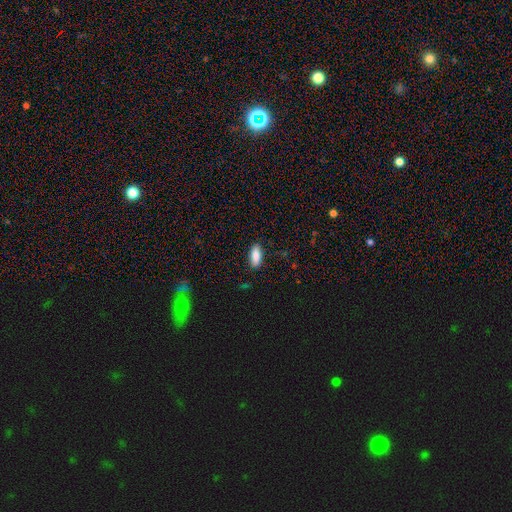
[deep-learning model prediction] Morphology: type=smooth (87%); roundness=in between (81%); merging=none (87%).